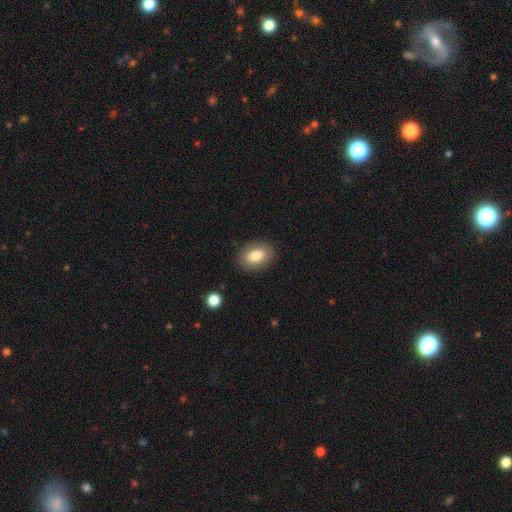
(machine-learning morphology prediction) Smooth or featured?
  - smooth: 82% *
  - featured or disk: 11%
  - star or artifact: 7%
How rounded?
  - in between: 82% *
  - round: 17%
  - cigar-shaped: 1%
Merging?
  - none: 87% *
  - minor disturbance: 9%
  - major disturbance: 3%
  - merger: 1%